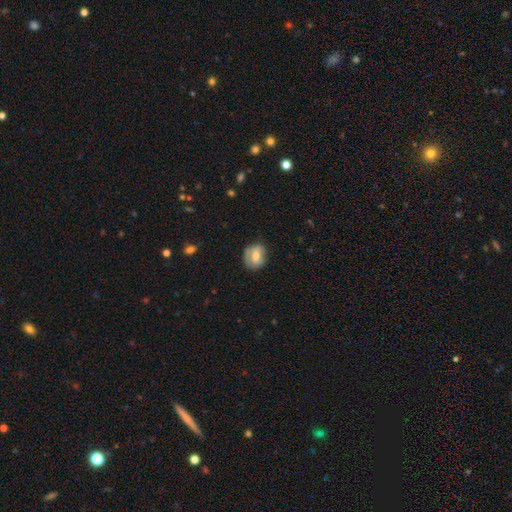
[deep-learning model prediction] This is likely a smooth galaxy (62%). How rounded: possibly round (58%). Merging: likely none (71%).